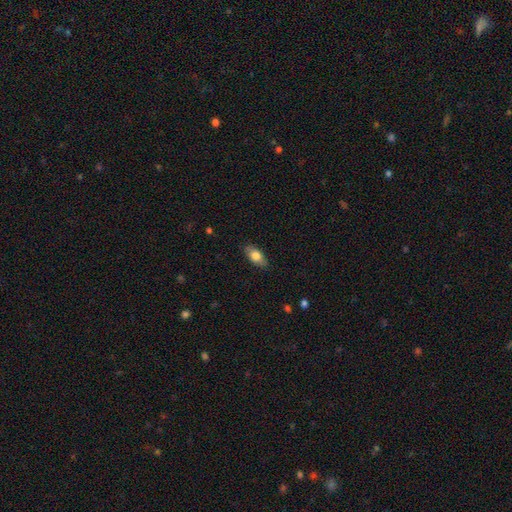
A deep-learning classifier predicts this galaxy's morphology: Smooth or featured? Predicted: smooth (p=0.76). How rounded? Predicted: in between (p=0.88). Merging? Predicted: none (p=0.84).